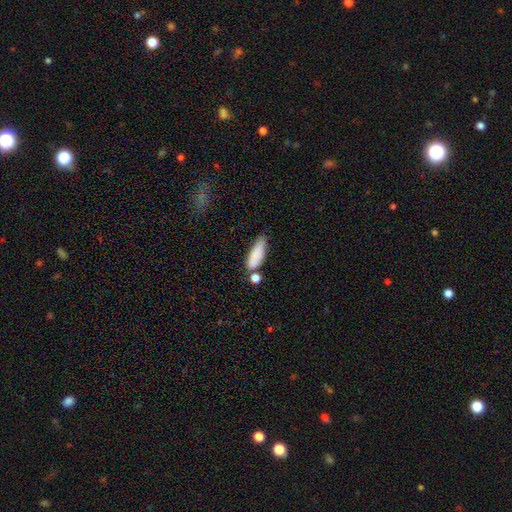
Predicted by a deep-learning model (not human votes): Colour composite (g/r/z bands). It shows a smooth galaxy with no disk features (82%) that is in between round and cigar-shaped (57%). Merging: none (50%).